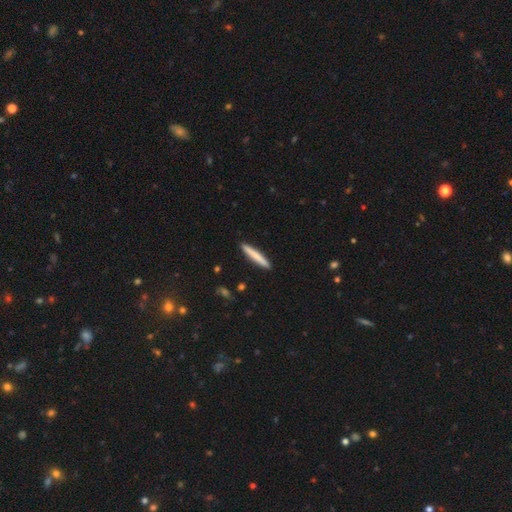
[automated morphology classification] A smooth galaxy with no disk features (75%) that is cigar-shaped (95%). Merging: none (92%).